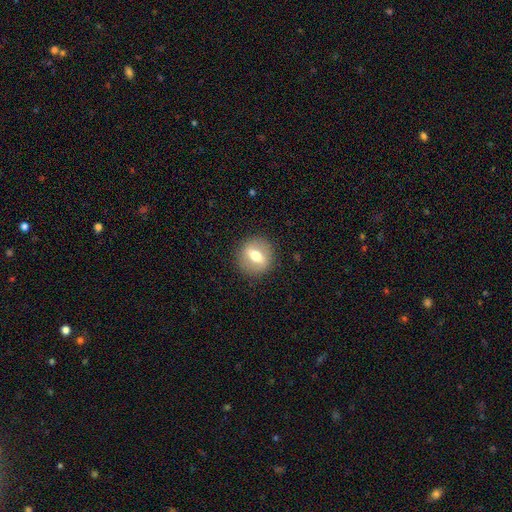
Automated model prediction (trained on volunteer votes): Smooth or featured?
  - smooth: 48% *
  - featured or disk: 44%
  - star or artifact: 8%
Merging?
  - none: 89% *
  - minor disturbance: 8%
  - major disturbance: 3%
  - merger: 1%